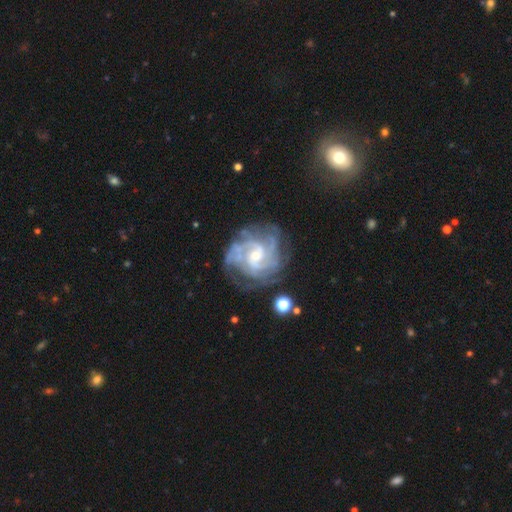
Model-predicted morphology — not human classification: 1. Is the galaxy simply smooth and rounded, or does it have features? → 89% featured or disk, 6% star or artifact, 5% smooth.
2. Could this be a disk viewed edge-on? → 98% no, 2% yes.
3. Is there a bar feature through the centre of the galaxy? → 47% no, 43% weak, 10% strong.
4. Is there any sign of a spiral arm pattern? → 97% yes, 3% no.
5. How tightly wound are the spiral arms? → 58% tight, 36% medium, 7% loose.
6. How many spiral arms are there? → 28% can't tell, 21% 3, 19% 2, 18% 4, 7% more than 4, 6% 1.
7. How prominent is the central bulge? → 53% small, 40% moderate, 3% none, 2% large, 1% dominant.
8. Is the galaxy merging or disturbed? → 70% none, 17% minor disturbance, 10% major disturbance, 2% merger.